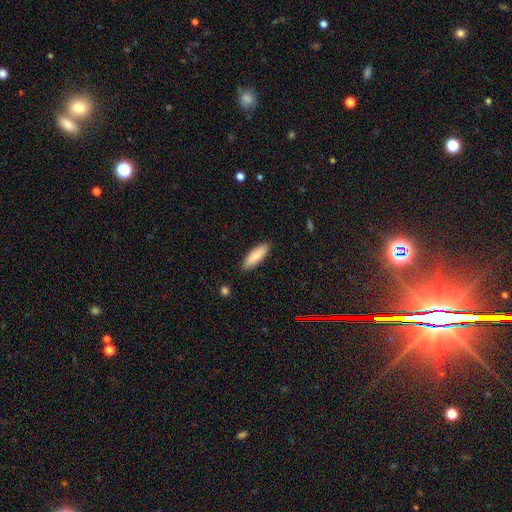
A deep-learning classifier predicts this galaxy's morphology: type=smooth (85%); roundness=in between (53%); merging=none (88%).